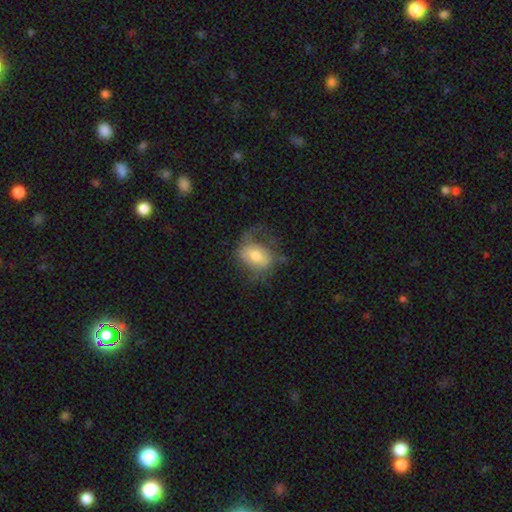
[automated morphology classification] This is possibly a smooth galaxy (54%). How rounded: likely in between (70%). Merging: marginally none (41%).